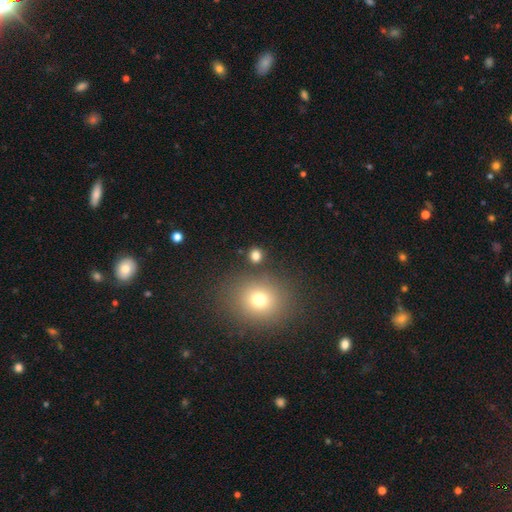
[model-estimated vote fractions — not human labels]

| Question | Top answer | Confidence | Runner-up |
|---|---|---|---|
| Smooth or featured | smooth | 78% | star or artifact (16%) |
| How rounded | round | 85% | in between (14%) |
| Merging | none | 84% | minor disturbance (7%) |